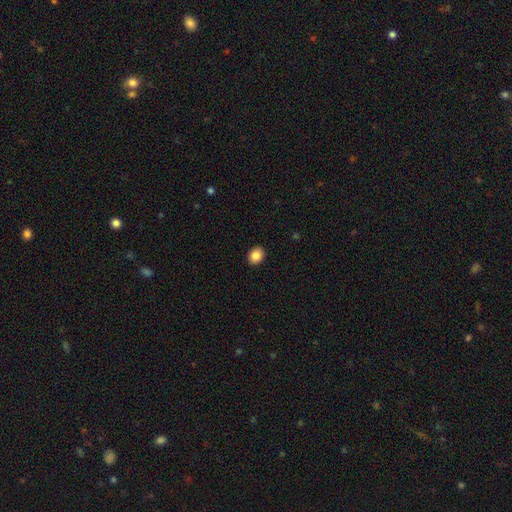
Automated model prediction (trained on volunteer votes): A smooth galaxy with no disk features (87%) that is round (53%).

Vote fractions:
- Smooth or featured? smooth: 87% / star or artifact: 9% / featured or disk: 5%
- How rounded? round: 53% / in between: 47% / cigar-shaped: 1%
- Merging? none: 92% / minor disturbance: 6% / major disturbance: 2% / merger: 1%